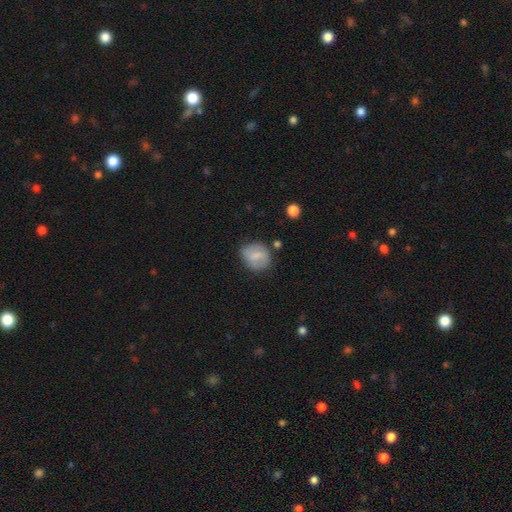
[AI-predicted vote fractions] Smooth or featured?
  - smooth: 68% *
  - featured or disk: 24%
  - star or artifact: 8%
How rounded?
  - round: 69% *
  - in between: 30%
  - cigar-shaped: 1%
Merging?
  - none: 67% *
  - minor disturbance: 22%
  - major disturbance: 7%
  - merger: 4%